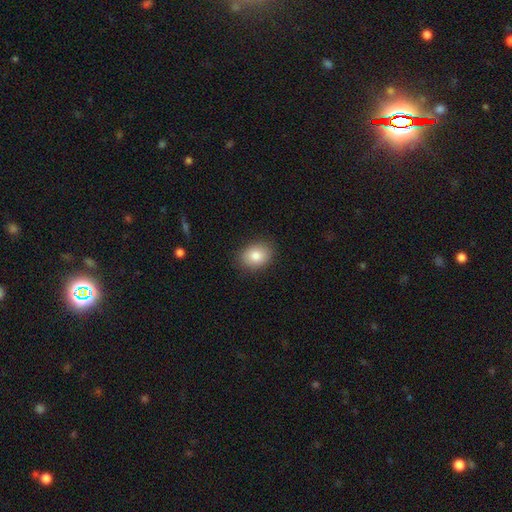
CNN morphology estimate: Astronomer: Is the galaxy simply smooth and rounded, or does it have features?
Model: smooth — 84%.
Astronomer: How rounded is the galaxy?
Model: in between — 67%.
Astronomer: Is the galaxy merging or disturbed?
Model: none — 87%.